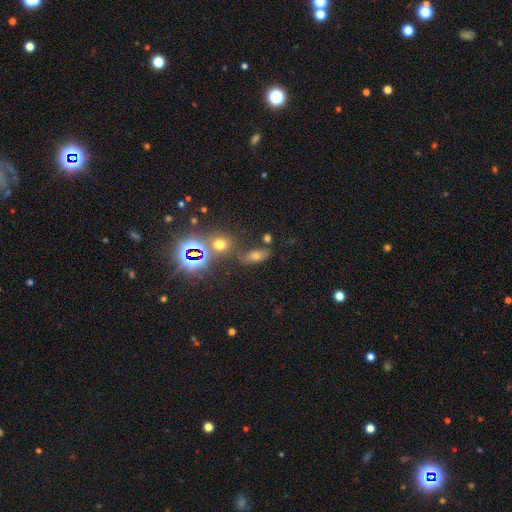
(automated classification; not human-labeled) Smooth or featured?
  - smooth: 47% *
  - star or artifact: 38%
  - featured or disk: 15%
Merging?
  - none: 70% *
  - minor disturbance: 14%
  - merger: 11%
  - major disturbance: 6%